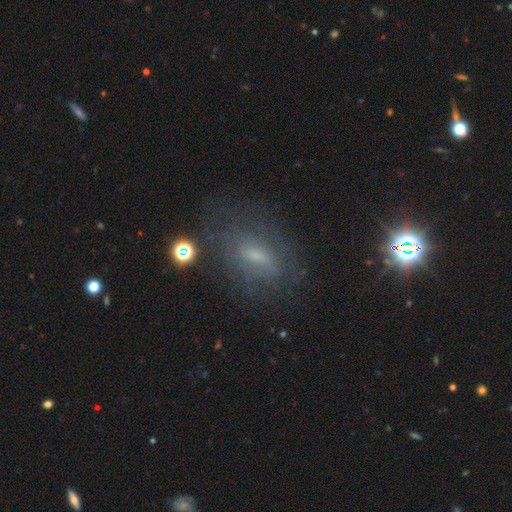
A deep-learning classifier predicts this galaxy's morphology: Smooth or featured: featured or disk — 47% (smooth — 34%)
Merging: none — 67% (minor disturbance — 18%)